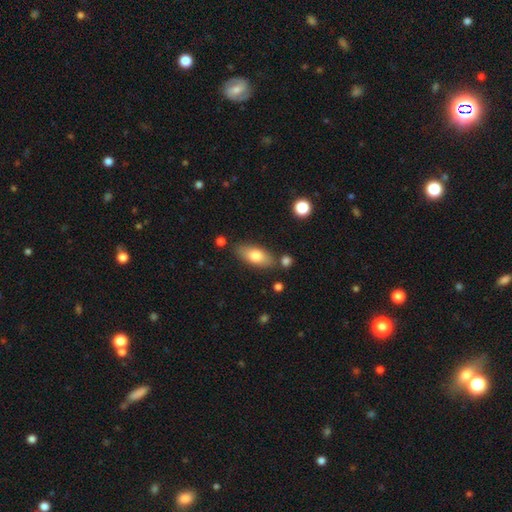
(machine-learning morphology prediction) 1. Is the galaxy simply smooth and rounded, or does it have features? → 74% smooth, 19% featured or disk, 6% star or artifact.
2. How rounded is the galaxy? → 82% in between, 15% cigar-shaped, 3% round.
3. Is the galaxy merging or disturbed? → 78% none, 13% minor disturbance, 6% merger, 3% major disturbance.